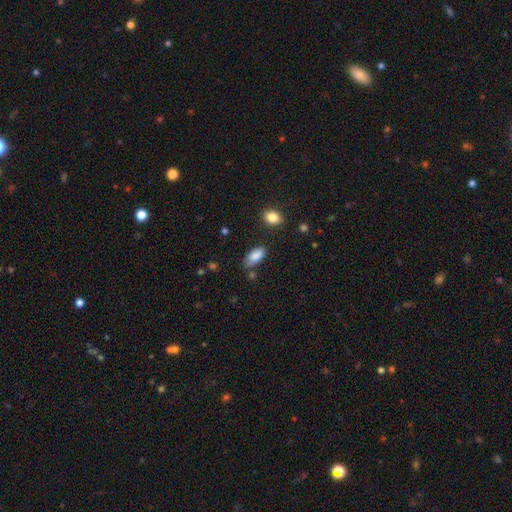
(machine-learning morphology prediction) The model was most divided on "merging": none: 62%, minor disturbance: 26%, major disturbance: 6%, merger: 6%. More confident: how rounded — in between (90%); smooth or featured — smooth (85%).